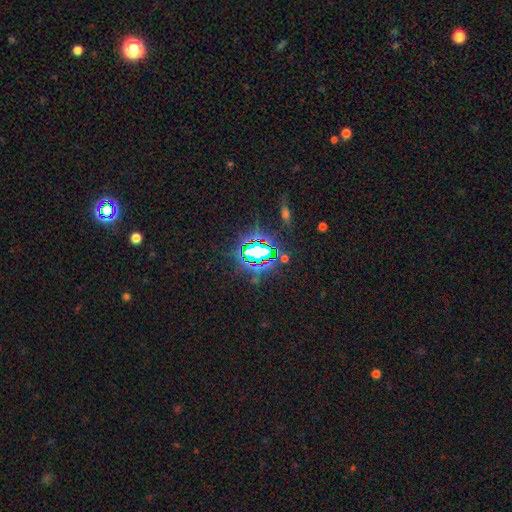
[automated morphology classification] This is likely a star or artifact rather than a galaxy (75%).